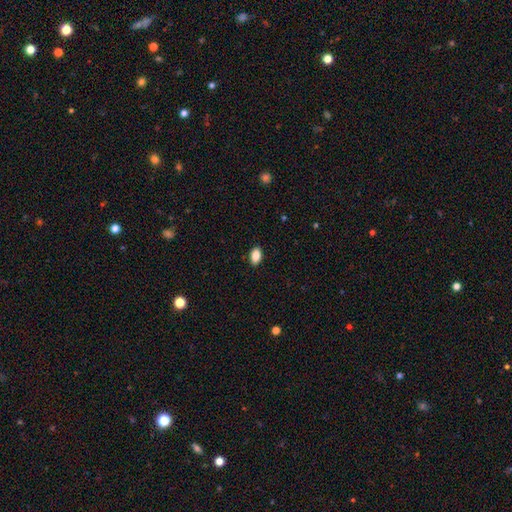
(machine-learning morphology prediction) The model was most divided on "smooth or featured": smooth: 87%, star or artifact: 8%, featured or disk: 5%. More confident: how rounded — in between (90%); merging — none (89%).